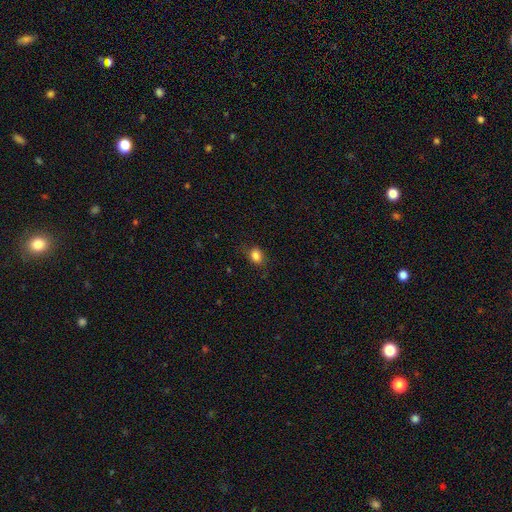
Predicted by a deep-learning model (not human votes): Q: Smooth or featured?
A: smooth (84%); runner-up: star or artifact (11%)
Q: How rounded?
A: in between (54%); runner-up: round (45%)
Q: Merging?
A: none (80%); runner-up: minor disturbance (15%)